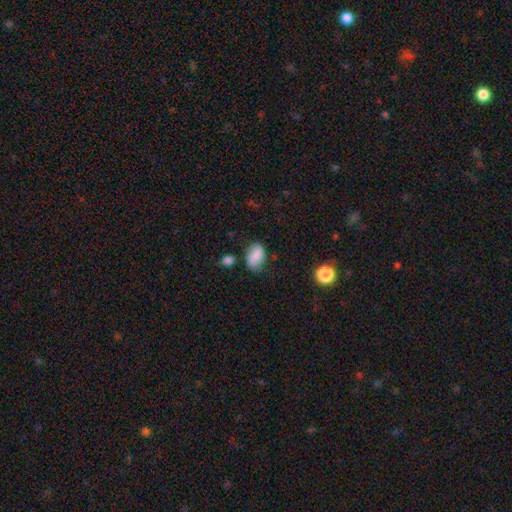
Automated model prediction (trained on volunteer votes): Q: Smooth or featured?
A: smooth (82%); runner-up: featured or disk (9%)
Q: How rounded?
A: in between (88%); runner-up: round (11%)
Q: Merging?
A: none (62%); runner-up: minor disturbance (26%)